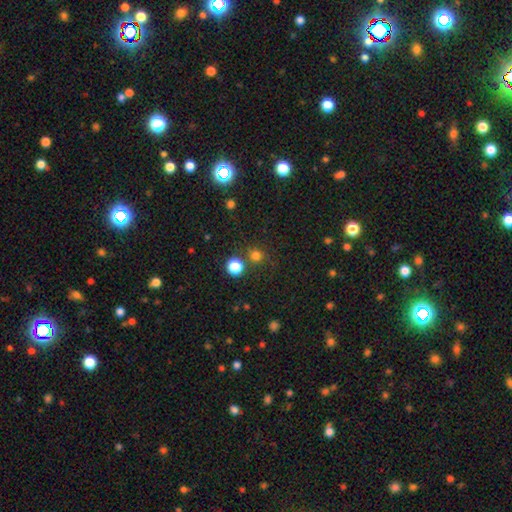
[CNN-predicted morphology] Overall: smooth (74%). How rounded: round (92%). Merging: none (77%).